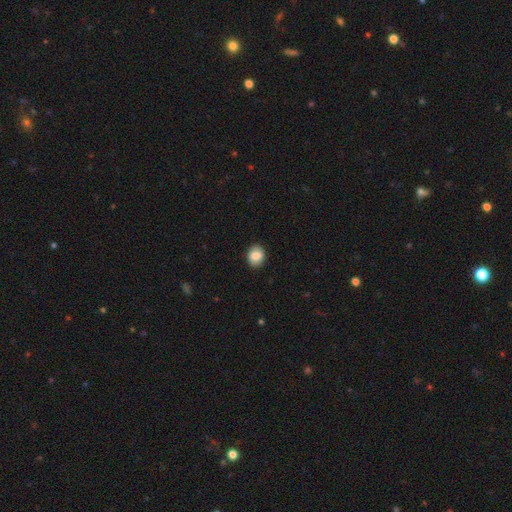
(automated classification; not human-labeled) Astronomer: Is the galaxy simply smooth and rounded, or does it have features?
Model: smooth — 83%.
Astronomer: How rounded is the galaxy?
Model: round — 59% (runner-up: in between, 40%).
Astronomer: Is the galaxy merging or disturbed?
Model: none — 90%.